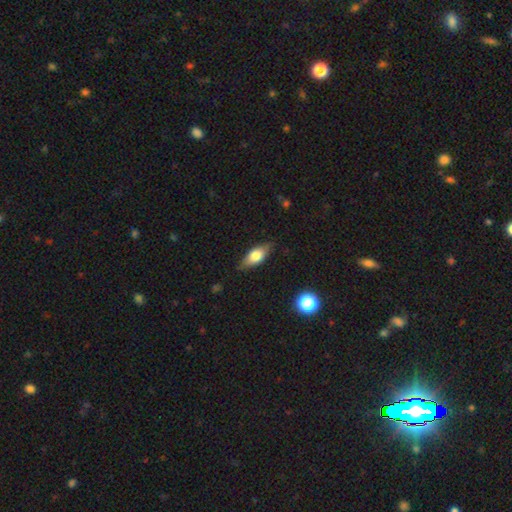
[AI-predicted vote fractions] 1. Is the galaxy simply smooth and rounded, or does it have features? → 59% smooth, 34% featured or disk, 7% star or artifact.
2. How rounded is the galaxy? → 78% in between, 17% cigar-shaped, 6% round.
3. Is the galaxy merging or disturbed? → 80% none, 15% minor disturbance, 3% major disturbance, 1% merger.